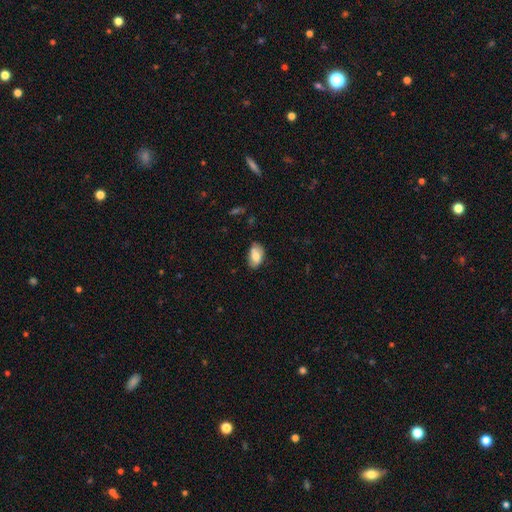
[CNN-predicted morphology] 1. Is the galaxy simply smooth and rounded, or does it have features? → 76% smooth, 17% featured or disk, 7% star or artifact.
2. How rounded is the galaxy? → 92% in between, 6% round, 2% cigar-shaped.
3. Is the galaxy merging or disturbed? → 69% none, 25% minor disturbance, 5% major disturbance, 2% merger.